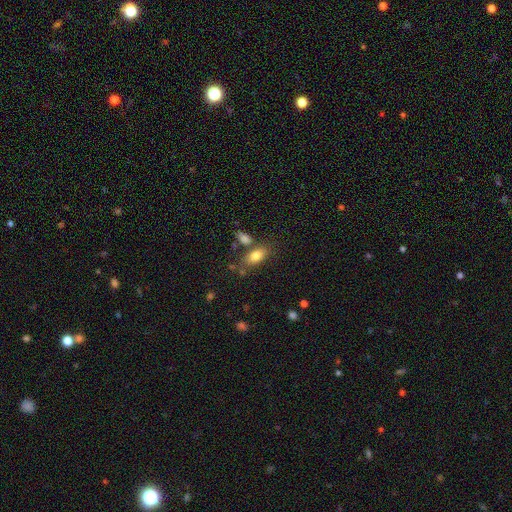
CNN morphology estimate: This is likely a smooth galaxy (79%). How rounded: clearly in between (86%). Merging: likely none (66%).